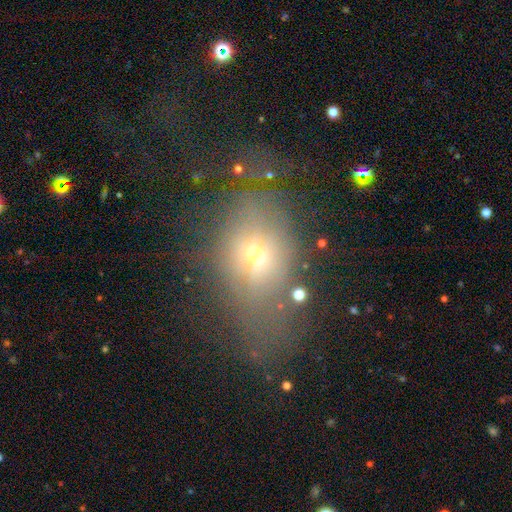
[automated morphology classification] Smooth or featured?
  - smooth: 50% *
  - featured or disk: 31%
  - star or artifact: 19%
How rounded?
  - in between: 66% *
  - round: 30%
  - cigar-shaped: 4%
Merging?
  - none: 38% *
  - major disturbance: 31%
  - minor disturbance: 22%
  - merger: 9%